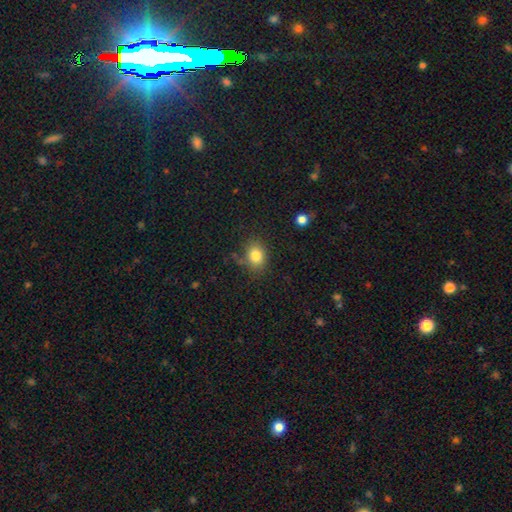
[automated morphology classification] smooth-or-featured: smooth: 81% | star or artifact: 11% | featured or disk: 7%
  how-rounded: round: 50% | in between: 49% | cigar-shaped: 1%
  merging: none: 75% | minor disturbance: 16% | major disturbance: 5% | merger: 4%